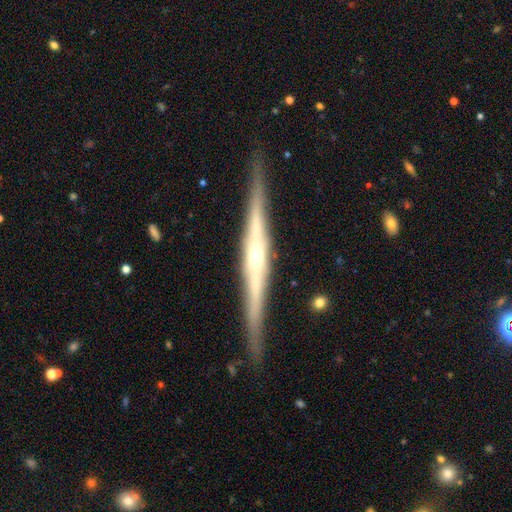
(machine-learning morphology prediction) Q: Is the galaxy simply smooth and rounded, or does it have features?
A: featured or disk — 85%.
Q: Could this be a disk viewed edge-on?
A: yes — 98%.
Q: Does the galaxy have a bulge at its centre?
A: rounded — 69%.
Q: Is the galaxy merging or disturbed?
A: none — 89%.